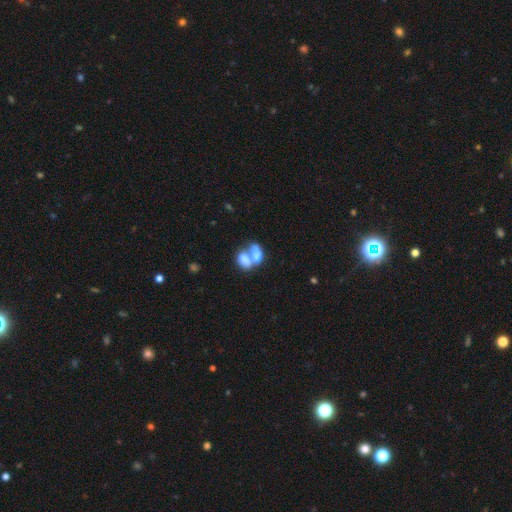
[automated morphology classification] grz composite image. It shows a smooth galaxy with no disk features (69%) that is in between round and cigar-shaped (83%). Merging: merger (75%).